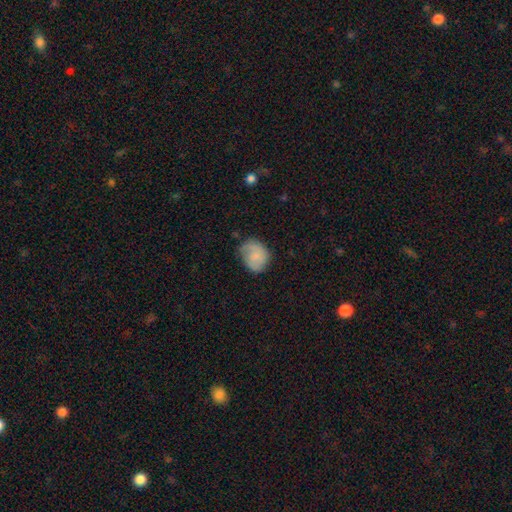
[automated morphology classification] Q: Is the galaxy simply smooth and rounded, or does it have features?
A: smooth — 66%.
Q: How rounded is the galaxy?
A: round — 59%.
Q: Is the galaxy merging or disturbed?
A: none — 56%.